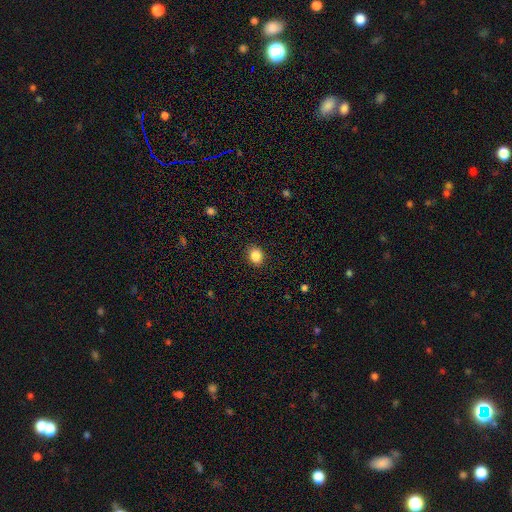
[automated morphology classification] smooth-or-featured: smooth: 86% | star or artifact: 10% | featured or disk: 4%
  how-rounded: round: 61% | in between: 38% | cigar-shaped: 1%
  merging: none: 90% | minor disturbance: 7% | major disturbance: 2% | merger: 1%